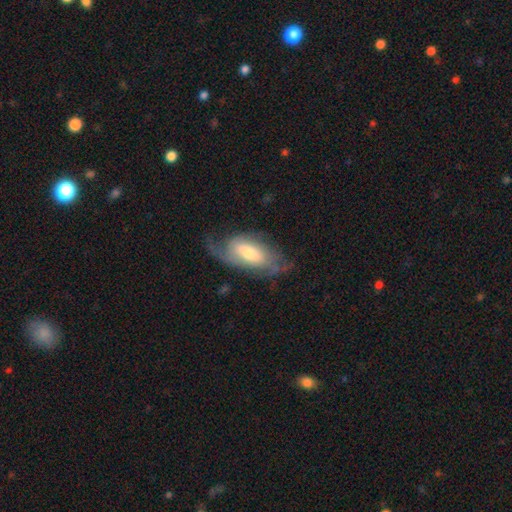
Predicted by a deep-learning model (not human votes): Smooth or featured?
  - featured or disk: 64% *
  - smooth: 29%
  - star or artifact: 6%
Edge-on disk?
  - no: 91% *
  - yes: 9%
Bar?
  - no: 54% *
  - weak: 34%
  - strong: 12%
Spiral arms?
  - yes: 84% *
  - no: 16%
Bulge size?
  - moderate: 49% *
  - small: 31%
  - large: 15%
  - none: 3%
  - dominant: 2%
Merging?
  - none: 51% *
  - minor disturbance: 24%
  - major disturbance: 23%
  - merger: 2%